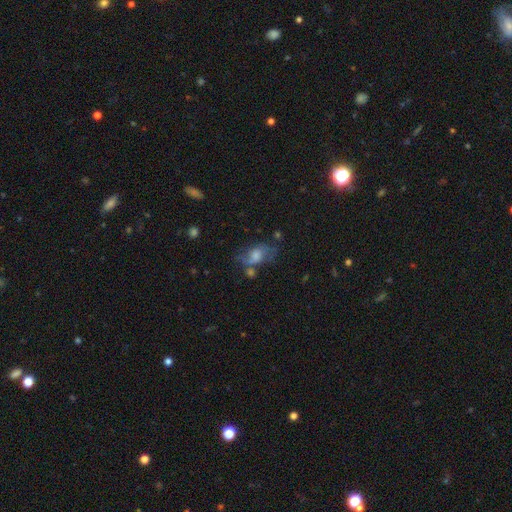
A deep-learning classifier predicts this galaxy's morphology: A smooth galaxy with no disk features (50%) that is in between round and cigar-shaped (80%).

Vote fractions:
- Smooth or featured? smooth: 50% / featured or disk: 37% / star or artifact: 13%
- How rounded? in between: 80% / round: 16% / cigar-shaped: 3%
- Merging? none: 40% / minor disturbance: 24% / major disturbance: 21% / merger: 14%